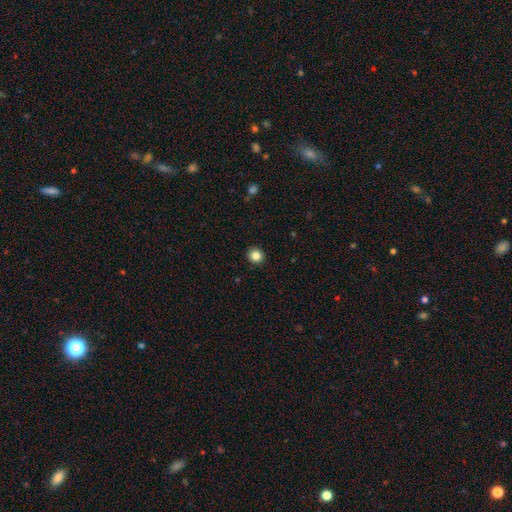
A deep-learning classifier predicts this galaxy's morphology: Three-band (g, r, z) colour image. It shows a smooth galaxy with no disk features (84%) that is round (93%). Merging: none (93%).